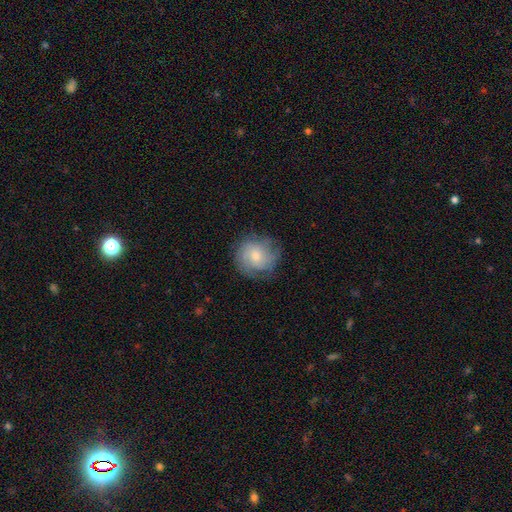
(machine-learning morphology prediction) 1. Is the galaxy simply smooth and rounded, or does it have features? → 48% featured or disk, 45% smooth, 7% star or artifact.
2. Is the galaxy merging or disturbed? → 72% none, 19% minor disturbance, 8% major disturbance, 1% merger.